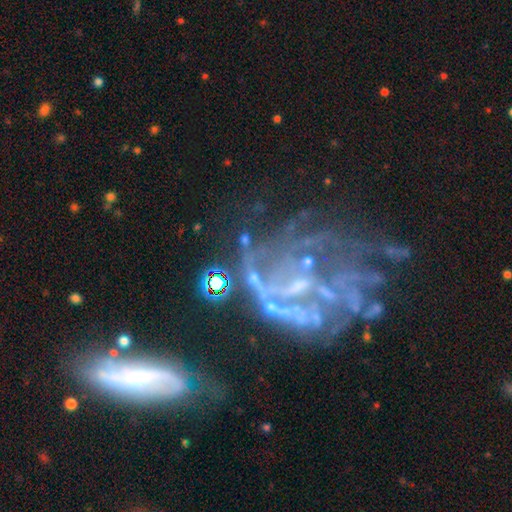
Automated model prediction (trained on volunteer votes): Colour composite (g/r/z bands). It shows a featured or disk galaxy (73%) with no bar (59%), spiral arms (58%) and no central bulge (53%). Merging: major disturbance (36%).